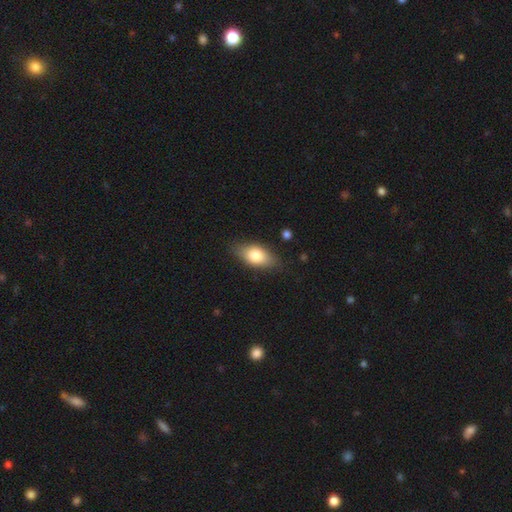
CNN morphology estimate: smooth_or_featured: smooth (p=0.76) [alt: featured or disk p=0.17]
how_rounded: in between (p=0.87) [alt: cigar-shaped p=0.07]
merging: none (p=0.80) [alt: minor disturbance p=0.16]